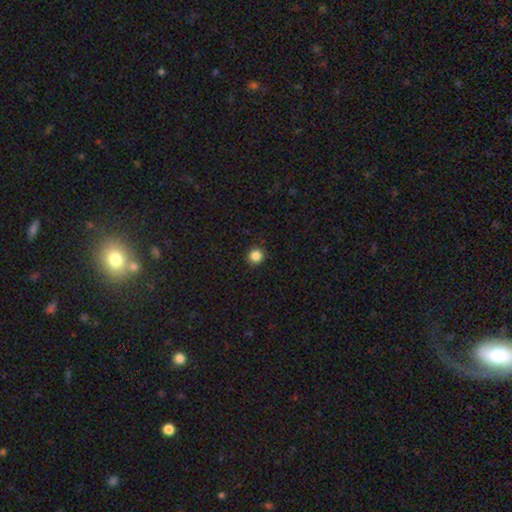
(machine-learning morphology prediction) Q: Smooth or featured?
A: smooth (85%); runner-up: star or artifact (11%)
Q: How rounded?
A: round (96%); runner-up: in between (3%)
Q: Merging?
A: none (93%); runner-up: minor disturbance (5%)